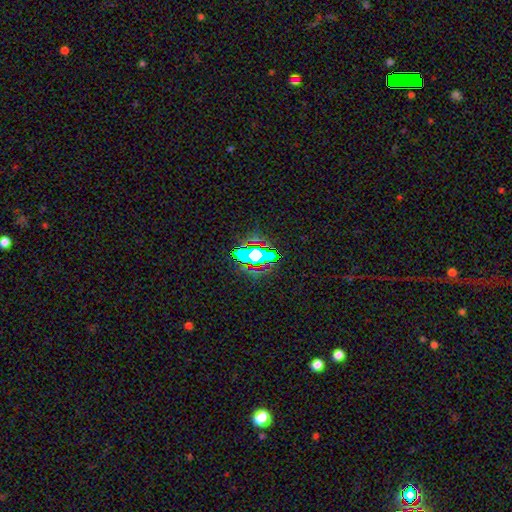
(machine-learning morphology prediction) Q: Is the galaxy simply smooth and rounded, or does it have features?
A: star or artifact — 55%.